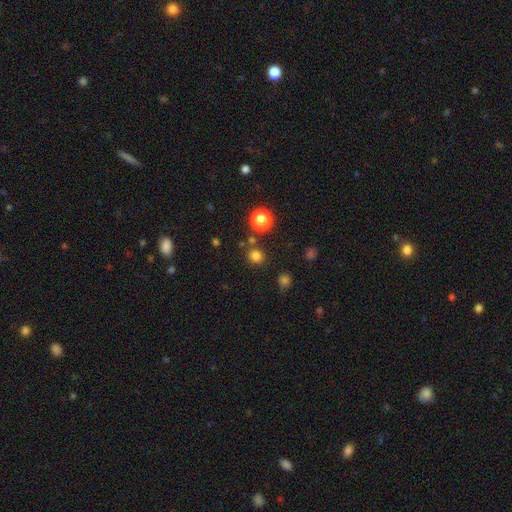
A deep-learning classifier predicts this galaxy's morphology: smooth 77%, star or artifact 18%, featured or disk 4%. Down the decision tree: how rounded — round (89%); merging — none (82%).